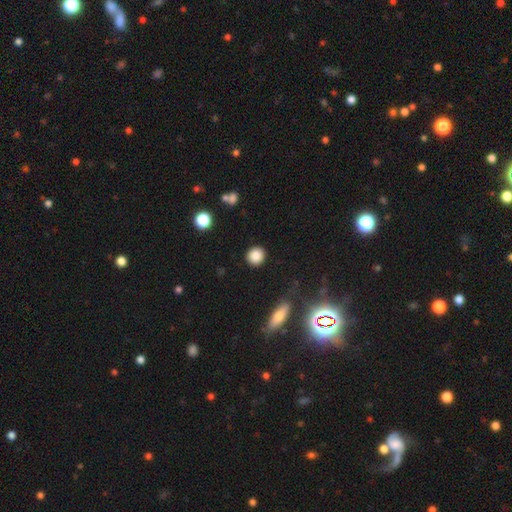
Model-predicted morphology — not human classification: This is clearly a smooth galaxy (87%). How rounded: clearly round (89%). Merging: clearly none (89%).